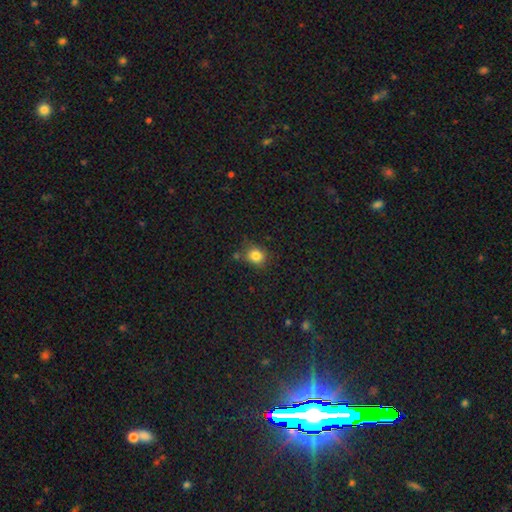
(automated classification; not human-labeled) Q: Smooth or featured?
A: smooth (83%); runner-up: star or artifact (12%)
Q: How rounded?
A: round (75%); runner-up: in between (24%)
Q: Merging?
A: none (74%); runner-up: minor disturbance (15%)